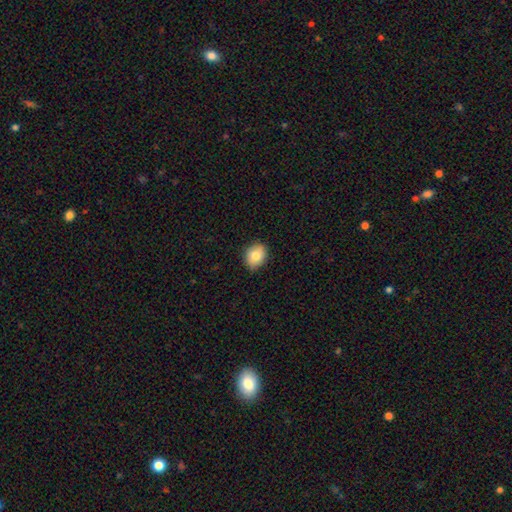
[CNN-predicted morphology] smooth_or_featured: smooth (p=0.82) [alt: featured or disk p=0.09]
how_rounded: in between (p=0.51) [alt: round p=0.48]
merging: none (p=0.85) [alt: minor disturbance p=0.12]